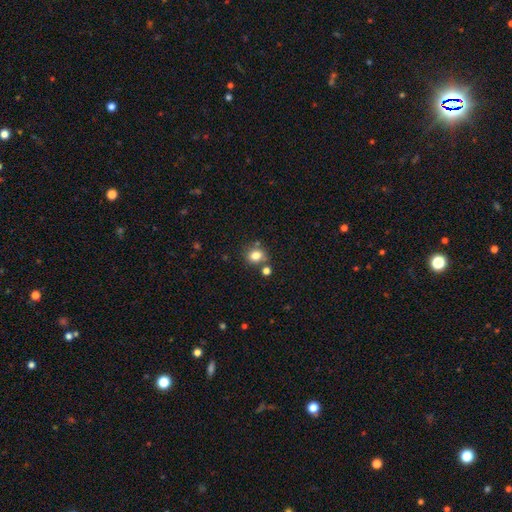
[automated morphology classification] smooth 80%, star or artifact 12%, featured or disk 8%. Down the decision tree: how rounded — round (66%); merging — none (68%).